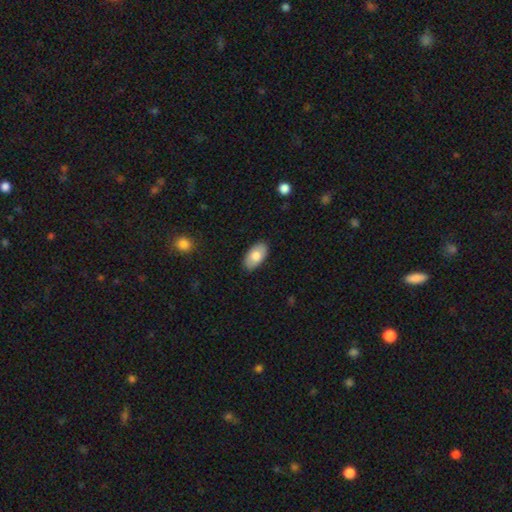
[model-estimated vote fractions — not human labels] Overall: smooth (77%). How rounded: in between (95%). Merging: none (87%).